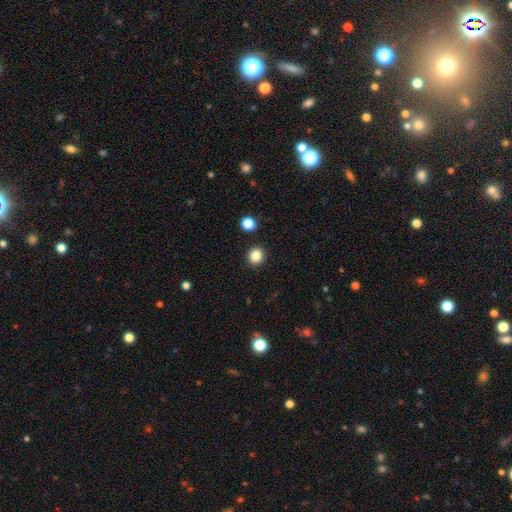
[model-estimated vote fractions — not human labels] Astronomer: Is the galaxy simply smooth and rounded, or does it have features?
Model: smooth — 84%.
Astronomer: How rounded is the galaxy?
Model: round — 86%.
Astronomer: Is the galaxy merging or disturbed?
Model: none — 91%.